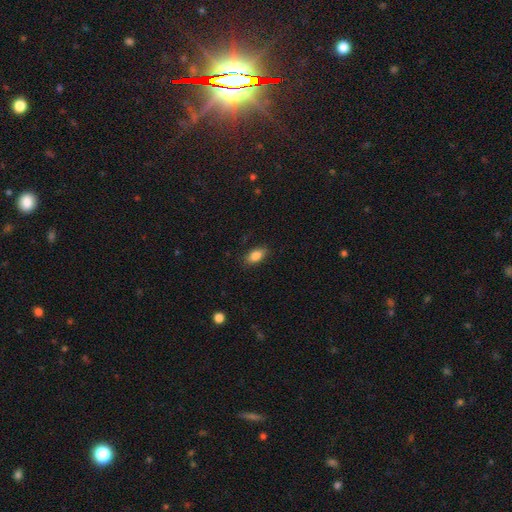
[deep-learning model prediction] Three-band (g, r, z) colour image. It shows a smooth galaxy with no disk features (84%) that is in between round and cigar-shaped (88%). Merging: none (84%).